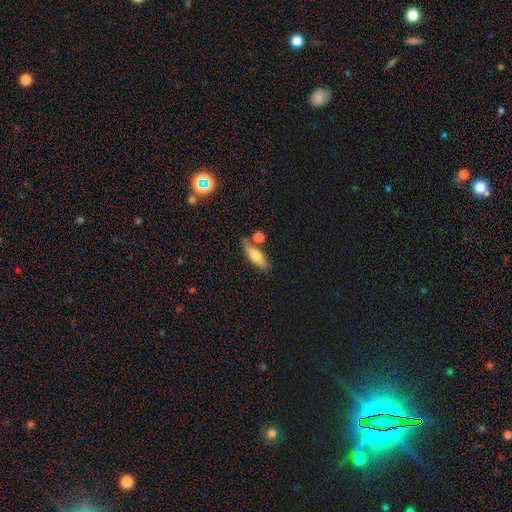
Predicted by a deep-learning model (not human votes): This appears to be a smooth galaxy with no disk features (68%) that is in between round and cigar-shaped (59%). Merging: none (68%).